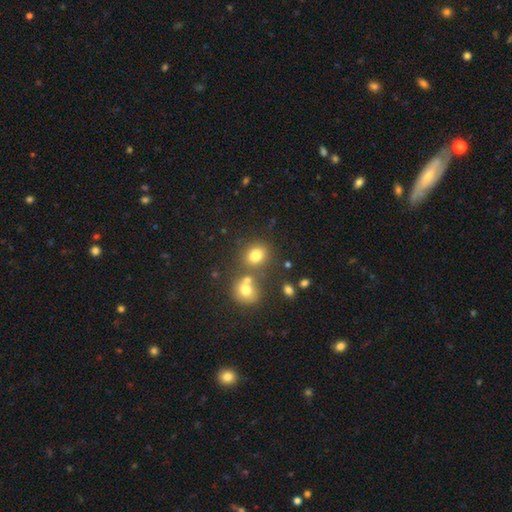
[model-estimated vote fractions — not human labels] Q: Smooth or featured?
A: smooth (77%); runner-up: star or artifact (14%)
Q: How rounded?
A: round (67%); runner-up: in between (32%)
Q: Merging?
A: none (64%); runner-up: merger (22%)